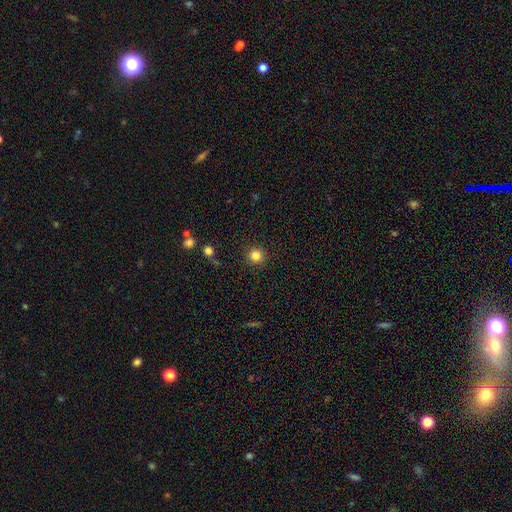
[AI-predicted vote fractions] Smooth or featured? Predicted: smooth (p=0.84). How rounded? Predicted: round (p=0.94). Merging? Predicted: none (p=0.90).